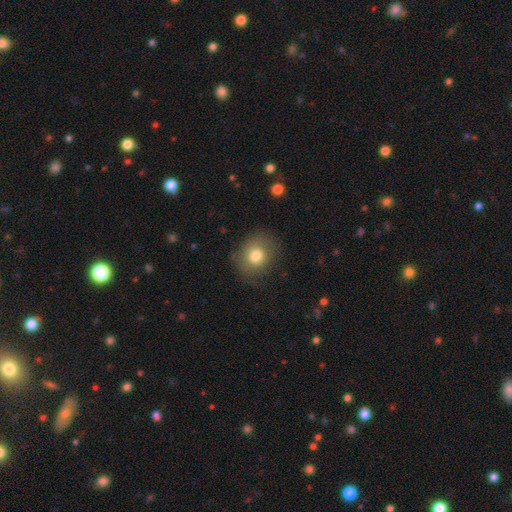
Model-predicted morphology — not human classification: smooth_or_featured: smooth (p=0.78) [alt: featured or disk p=0.12]
how_rounded: round (p=0.72) [alt: in between p=0.27]
merging: none (p=0.76) [alt: minor disturbance p=0.16]